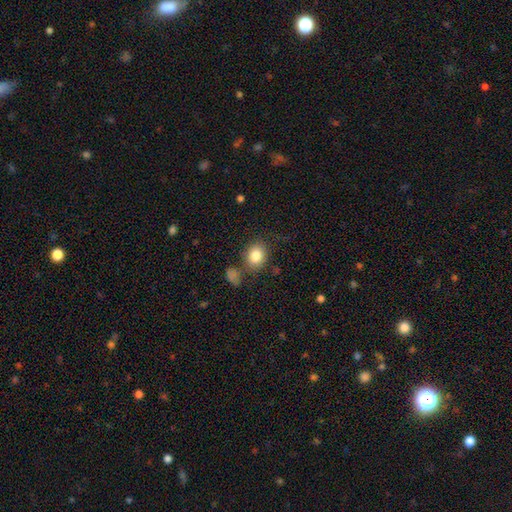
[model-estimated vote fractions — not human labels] A smooth galaxy with no disk features (83%) that is round (60%). Merging: none (73%).